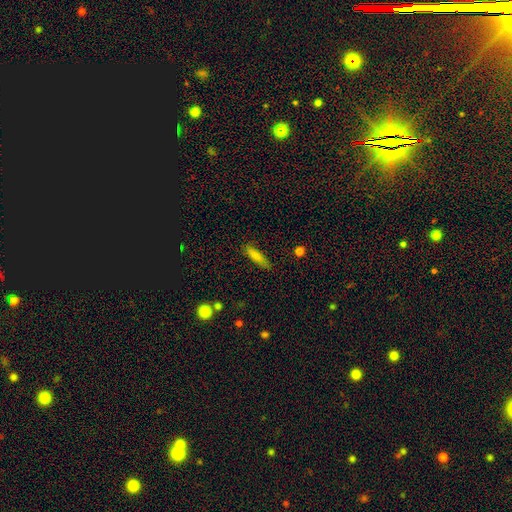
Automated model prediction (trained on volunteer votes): smooth 79%, featured or disk 13%, star or artifact 8%. Down the decision tree: how rounded — cigar-shaped (72%); merging — none (82%).